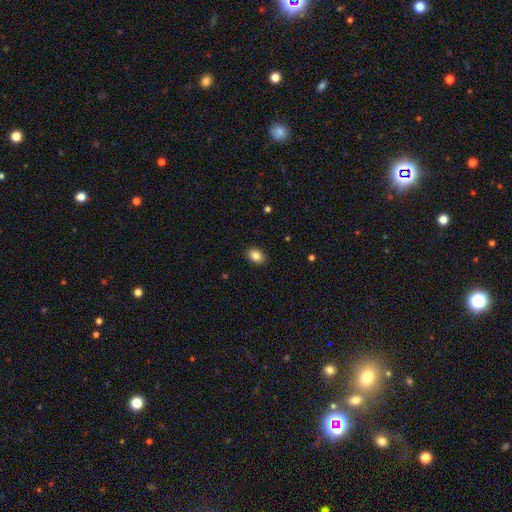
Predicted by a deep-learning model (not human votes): A smooth galaxy with no disk features (85%) that is in between round and cigar-shaped (75%). Merging: none (90%).